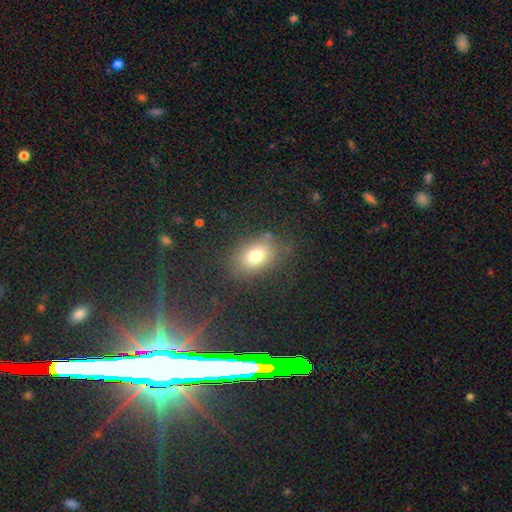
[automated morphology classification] Q: Smooth or featured?
A: smooth (77%); runner-up: star or artifact (12%)
Q: How rounded?
A: in between (79%); runner-up: round (19%)
Q: Merging?
A: none (76%); runner-up: minor disturbance (14%)